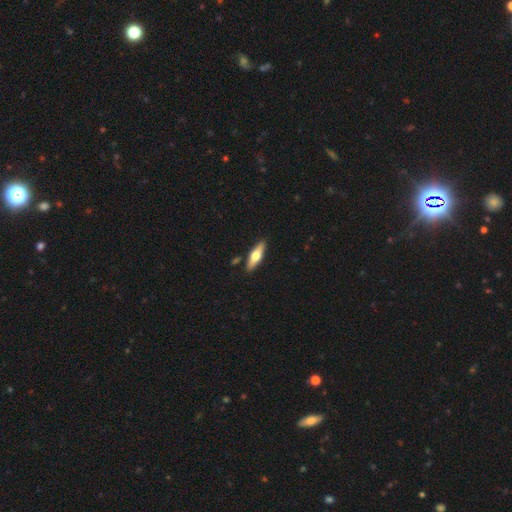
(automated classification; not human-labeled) Smooth or featured? Predicted: smooth (p=0.49). Merging? Predicted: none (p=0.87).